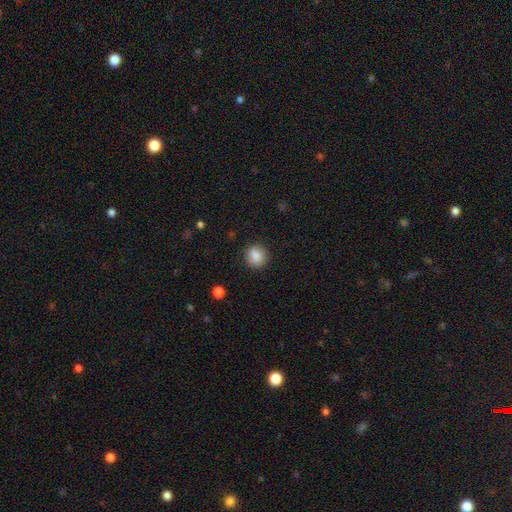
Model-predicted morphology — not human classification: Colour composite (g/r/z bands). It shows a smooth galaxy with no disk features (86%) that is round (77%). Merging: none (86%).